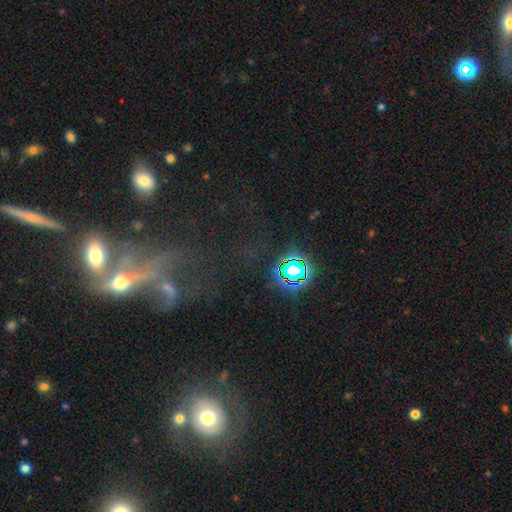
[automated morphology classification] smooth_or_featured: star or artifact (p=0.50) [alt: smooth p=0.26]